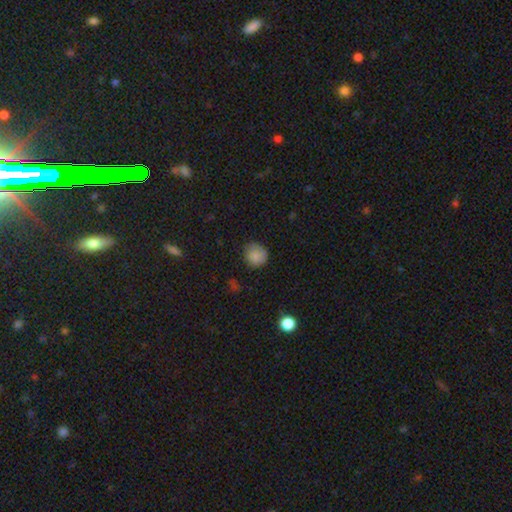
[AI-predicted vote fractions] Smooth or featured? Predicted: smooth (p=0.84). How rounded? Predicted: round (p=0.87). Merging? Predicted: none (p=0.75).